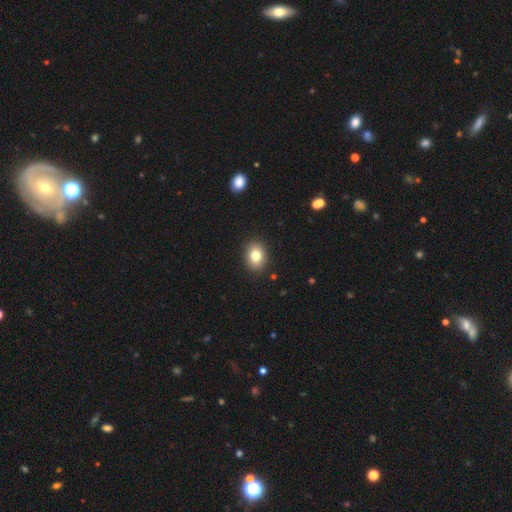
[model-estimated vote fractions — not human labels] Morphology: type=smooth (81%); roundness=in between (59%); merging=none (90%).